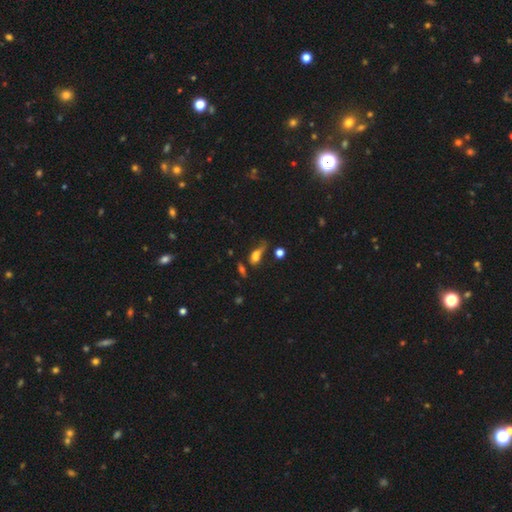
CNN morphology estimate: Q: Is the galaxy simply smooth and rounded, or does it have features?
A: smooth — 61%.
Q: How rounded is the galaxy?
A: in between — 63%.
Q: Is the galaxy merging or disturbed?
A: none — 30%.